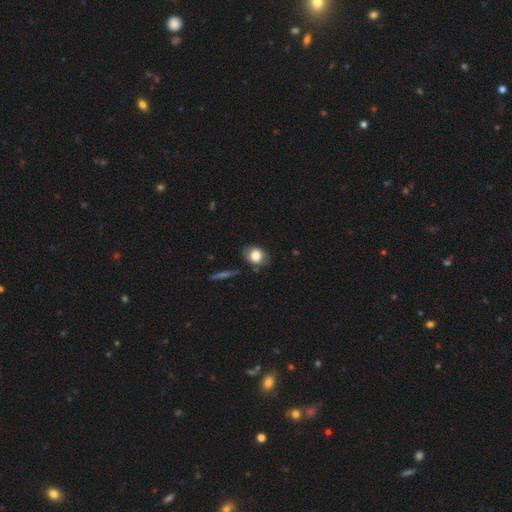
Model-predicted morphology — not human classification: The model was most divided on "how rounded": in between: 55%, round: 43%, cigar-shaped: 2%. More confident: smooth or featured — smooth (77%); merging — none (76%).